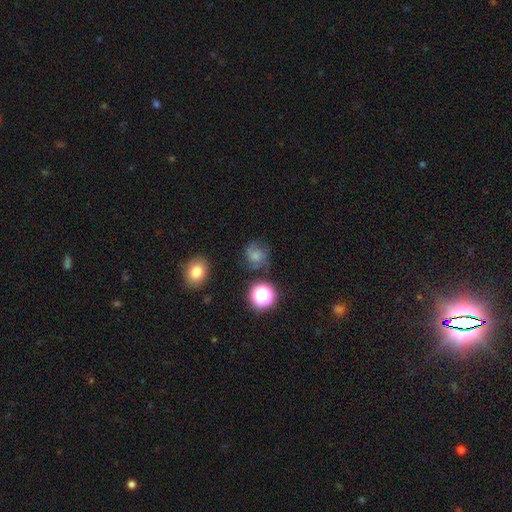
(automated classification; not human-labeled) Morphology: type=smooth (51%); roundness=round (79%); merging=none (63%).